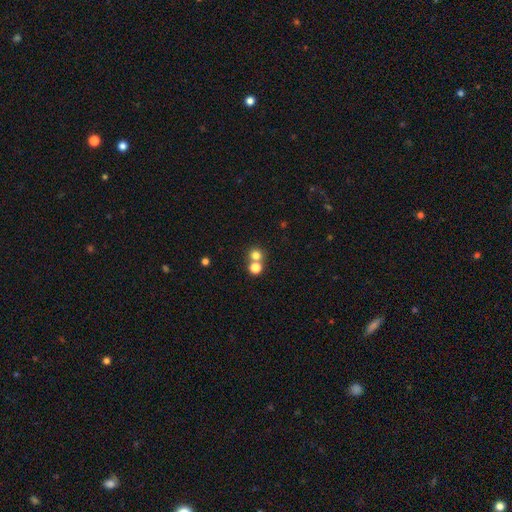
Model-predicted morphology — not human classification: The model was most divided on "merging": none: 53%, merger: 39%, minor disturbance: 5%, major disturbance: 2%. More confident: how rounded — round (89%); smooth or featured — smooth (76%).